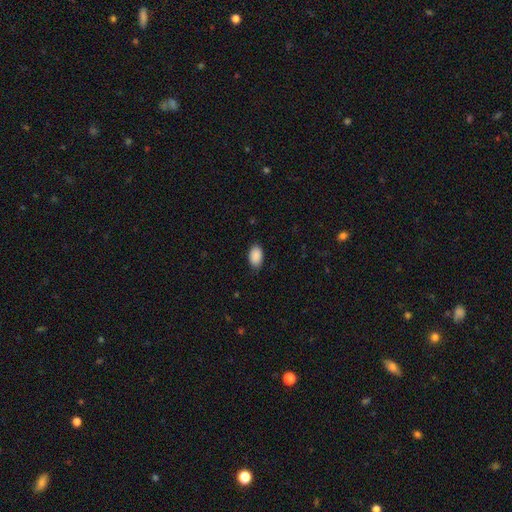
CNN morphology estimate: smooth 90%, star or artifact 7%, featured or disk 3%. Down the decision tree: how rounded — in between (92%); merging — none (82%).